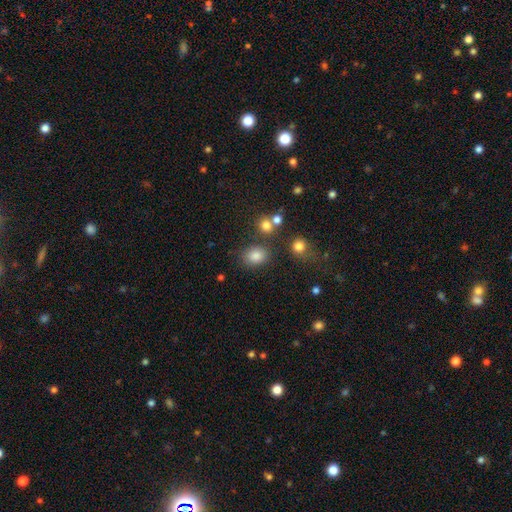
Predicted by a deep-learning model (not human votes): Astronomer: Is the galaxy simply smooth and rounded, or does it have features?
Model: smooth — 82%.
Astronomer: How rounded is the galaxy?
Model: in between — 52% (runner-up: round, 47%).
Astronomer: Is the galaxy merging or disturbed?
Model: none — 75%.